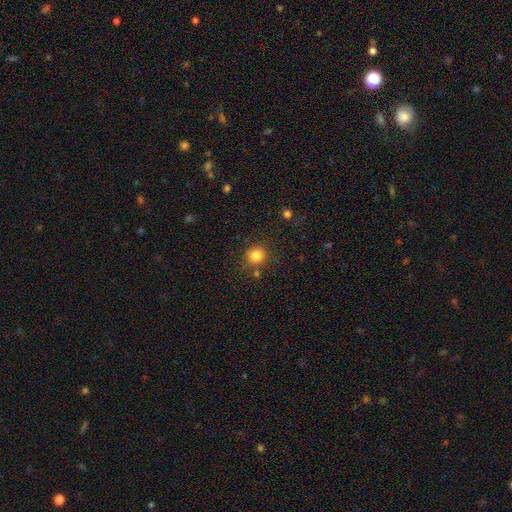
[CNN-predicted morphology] This is clearly a smooth galaxy (82%). How rounded: clearly round (87%). Merging: likely none (78%).